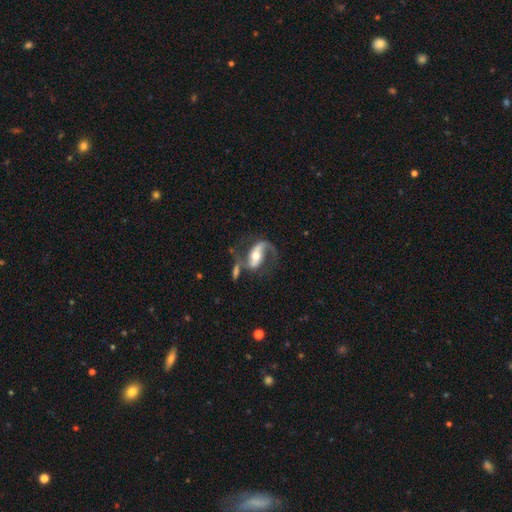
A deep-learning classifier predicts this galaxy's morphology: Smooth or featured?
  - featured or disk: 84% *
  - smooth: 11%
  - star or artifact: 5%
Edge-on disk?
  - no: 95% *
  - yes: 5%
Bar?
  - strong: 38% *
  - weak: 32%
  - no: 31%
Spiral arms?
  - yes: 93% *
  - no: 7%
Spiral winding?
  - loose: 61% *
  - medium: 31%
  - tight: 8%
Spiral arm count?
  - 2: 74% *
  - 1: 21%
  - can't tell: 3%
  - 3: 1%
  - 4: 1%
  - more than 4: 1%
Bulge size?
  - moderate: 67% *
  - small: 21%
  - large: 9%
  - dominant: 1%
  - none: 1%
Merging?
  - none: 48% *
  - major disturbance: 20%
  - minor disturbance: 17%
  - merger: 15%